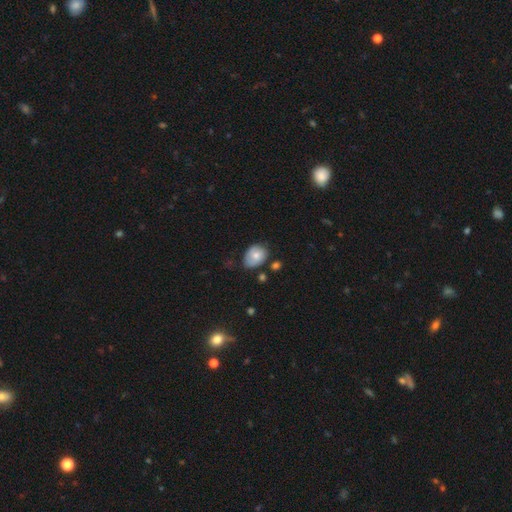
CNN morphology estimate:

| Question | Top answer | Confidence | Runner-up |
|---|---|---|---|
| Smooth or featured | smooth | 71% | featured or disk (21%) |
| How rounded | in between | 67% | round (32%) |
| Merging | none | 56% | minor disturbance (32%) |